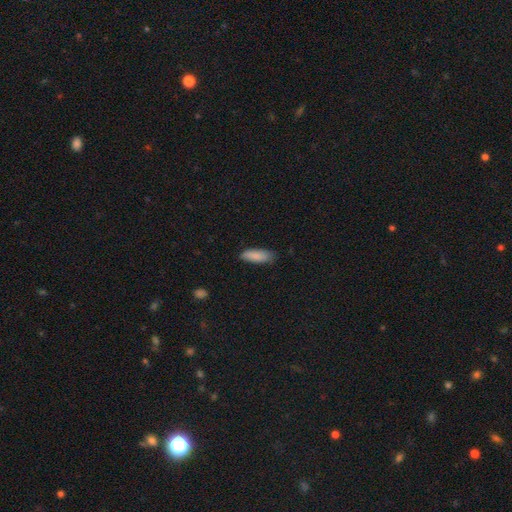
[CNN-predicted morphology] smooth_or_featured: smooth (p=0.87) [alt: featured or disk p=0.06]
how_rounded: in between (p=0.63) [alt: cigar-shaped p=0.35]
merging: none (p=0.78) [alt: minor disturbance p=0.18]